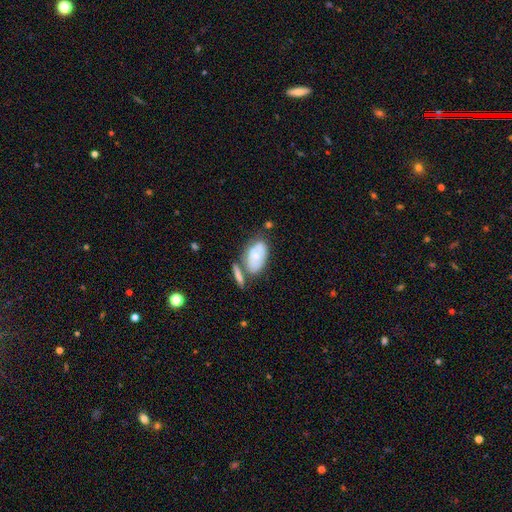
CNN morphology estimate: A smooth galaxy with no disk features (60%) that is in between round and cigar-shaped (91%). Merging: none (37%).